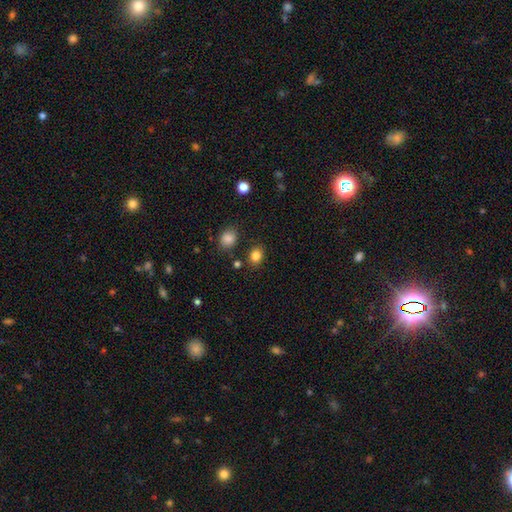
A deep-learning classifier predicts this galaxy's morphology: Smooth or featured?
  - smooth: 84% *
  - star or artifact: 11%
  - featured or disk: 5%
How rounded?
  - round: 53% *
  - in between: 46%
  - cigar-shaped: 1%
Merging?
  - none: 82% *
  - minor disturbance: 10%
  - merger: 5%
  - major disturbance: 3%